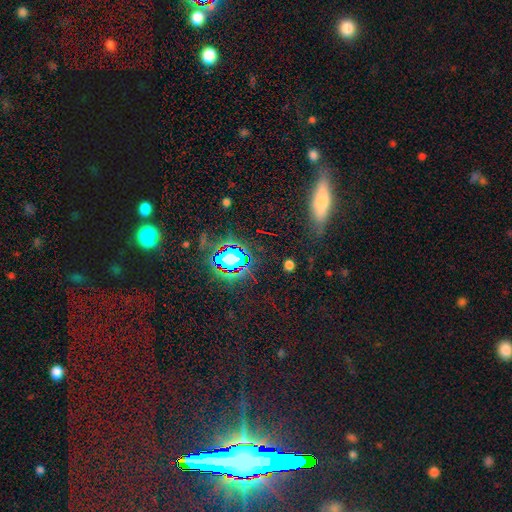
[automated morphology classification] A star or artifact, not a galaxy (53%).

Vote fractions:
- Smooth or featured? star or artifact: 53% / smooth: 27% / featured or disk: 21%